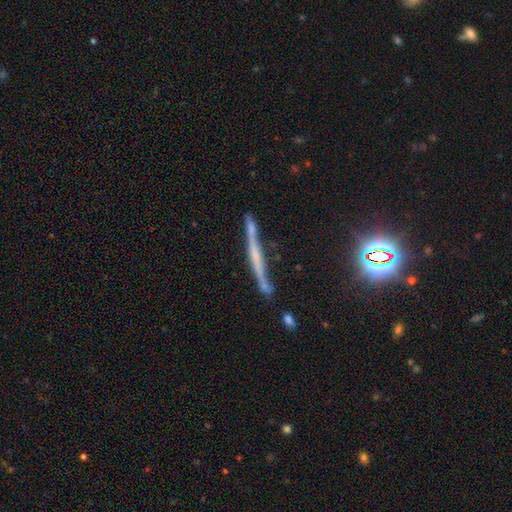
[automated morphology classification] This appears to be a featured or disk galaxy (64%) viewed edge-on (95%) with no central bulge (48%). Merging: none (74%).